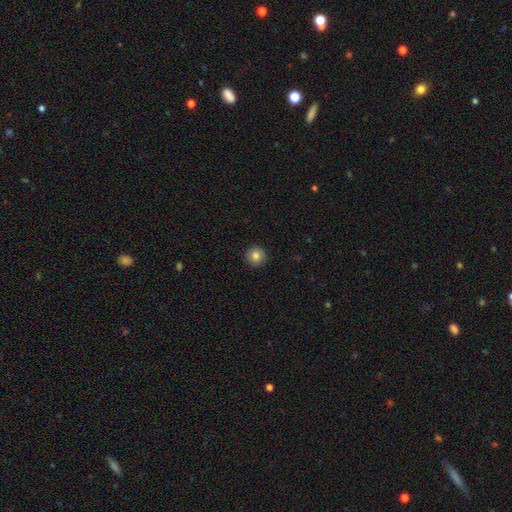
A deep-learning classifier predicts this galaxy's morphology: The model was most divided on "smooth or featured": smooth: 82%, star or artifact: 9%, featured or disk: 9%. More confident: how rounded — round (95%); merging — none (92%).